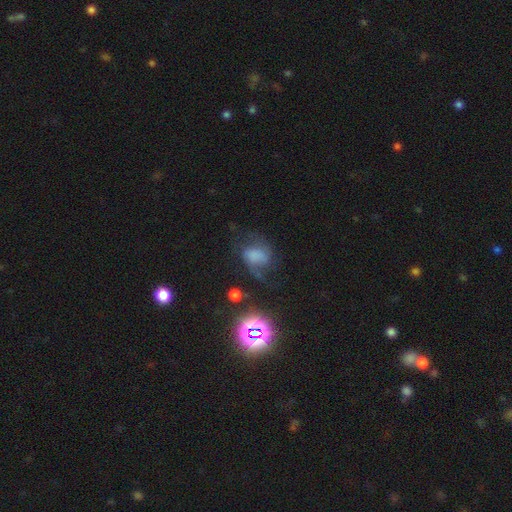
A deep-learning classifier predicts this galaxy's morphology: smooth-or-featured: smooth: 45% | featured or disk: 38% | star or artifact: 17%
  merging: none: 41% | major disturbance: 30% | minor disturbance: 25% | merger: 5%